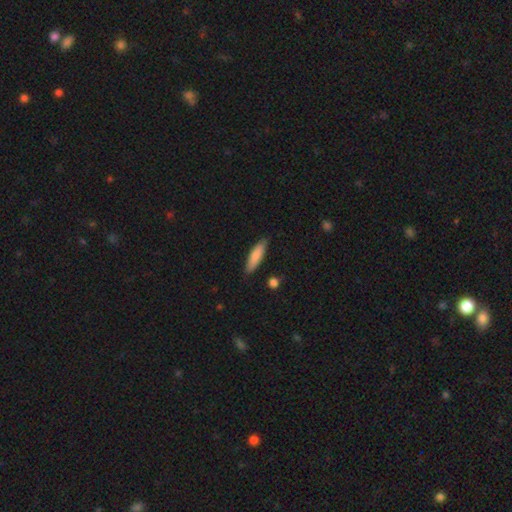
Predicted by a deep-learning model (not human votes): Smooth or featured: smooth — 82% (featured or disk — 12%)
How rounded: cigar-shaped — 66% (in between — 32%)
Merging: none — 83% (minor disturbance — 13%)